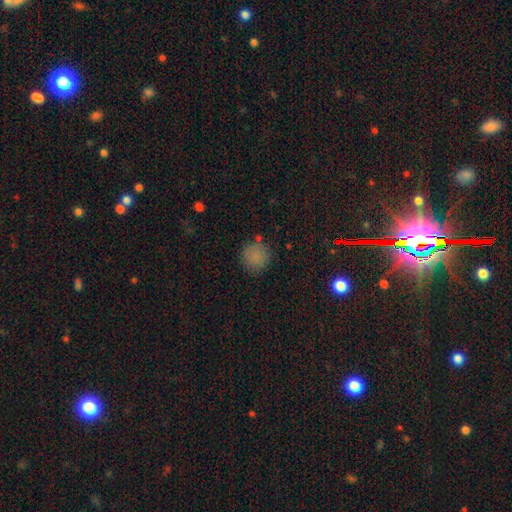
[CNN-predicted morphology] A smooth galaxy with no disk features (82%) that is round (93%).

Vote fractions:
- Smooth or featured? smooth: 82% / star or artifact: 13% / featured or disk: 5%
- How rounded? round: 93% / in between: 6% / cigar-shaped: 1%
- Merging? none: 84% / minor disturbance: 10% / merger: 3% / major disturbance: 3%